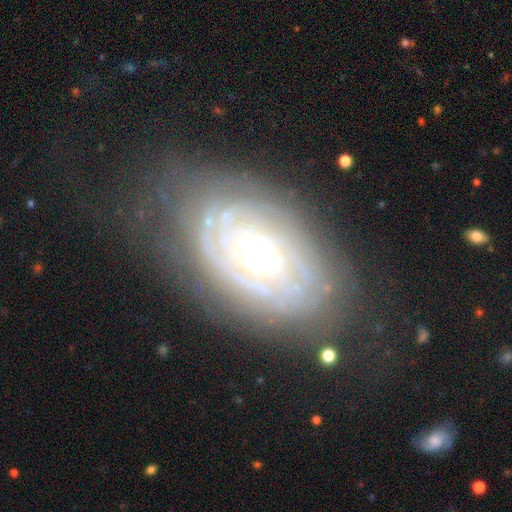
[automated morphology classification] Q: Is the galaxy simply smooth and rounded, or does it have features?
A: featured or disk — 84%.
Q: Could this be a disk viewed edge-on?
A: no — 94%.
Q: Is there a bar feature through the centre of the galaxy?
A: no — 74%.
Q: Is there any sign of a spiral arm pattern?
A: yes — 87%.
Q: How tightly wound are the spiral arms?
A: tight — 80%.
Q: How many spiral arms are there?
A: can't tell — 45%.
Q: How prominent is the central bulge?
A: moderate — 71%.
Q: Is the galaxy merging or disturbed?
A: none — 69%.